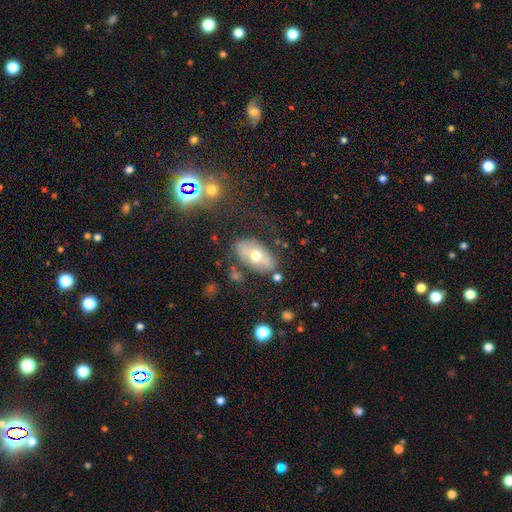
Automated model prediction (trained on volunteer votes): A smooth galaxy with no disk features (49%).

Vote fractions:
- Smooth or featured? smooth: 49% / featured or disk: 43% / star or artifact: 8%
- Merging? none: 66% / minor disturbance: 19% / major disturbance: 9% / merger: 6%